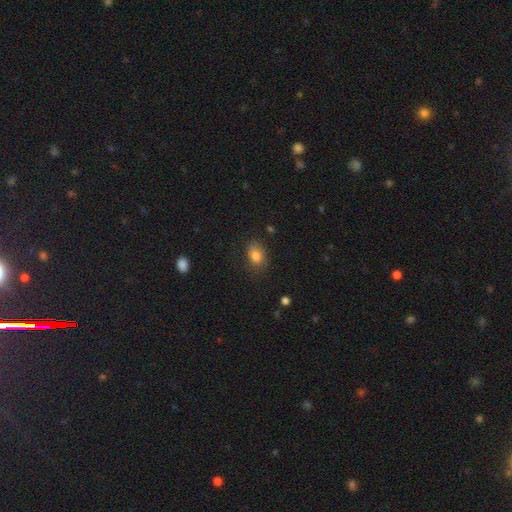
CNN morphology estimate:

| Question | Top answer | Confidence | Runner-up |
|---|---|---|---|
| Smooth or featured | smooth | 81% | star or artifact (10%) |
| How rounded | in between | 77% | round (22%) |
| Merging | none | 72% | minor disturbance (21%) |